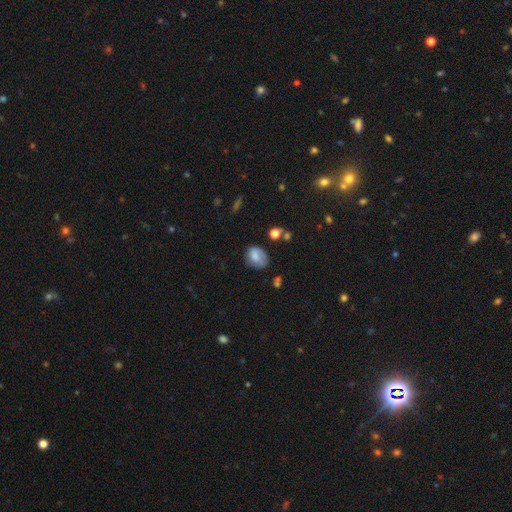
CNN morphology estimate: This is likely a smooth galaxy (78%). How rounded: likely in between (64%). Merging: possibly none (56%).